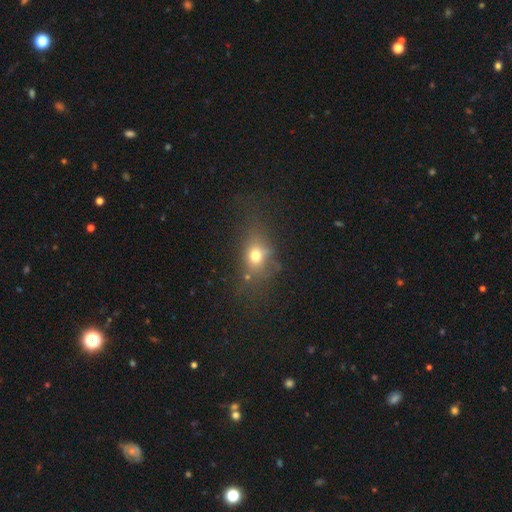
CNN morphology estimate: The model was most divided on "how rounded" (2-way tie): round: 48%, in between: 48%, cigar-shaped: 4%. More confident: smooth or featured — smooth (68%); merging — none (59%).